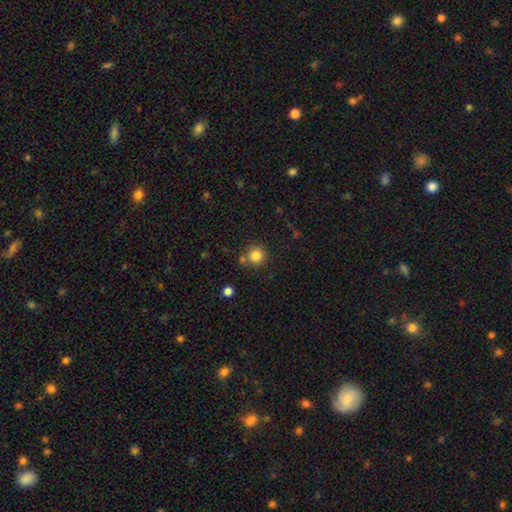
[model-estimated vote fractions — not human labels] The model was most divided on "merging": none: 75%, merger: 12%, minor disturbance: 10%, major disturbance: 3%. More confident: how rounded — round (93%); smooth or featured — smooth (83%).